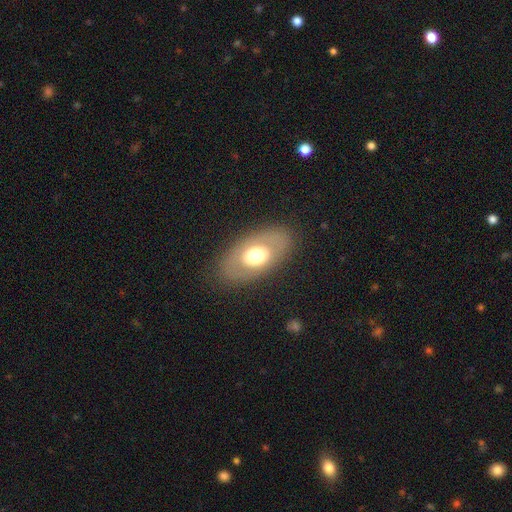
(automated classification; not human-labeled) Overall: smooth (54%; featured or disk 38%). How rounded: in between (88%). Merging: none (82%).